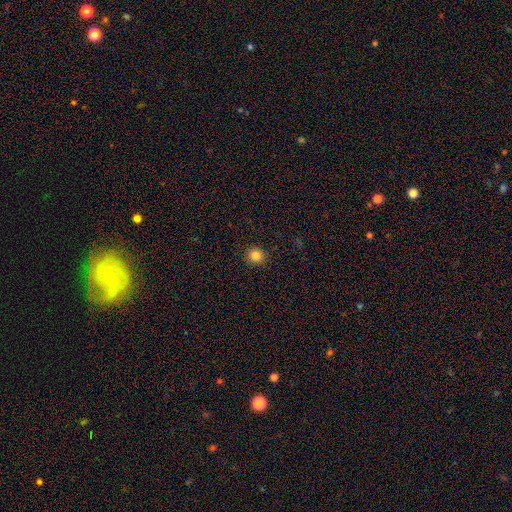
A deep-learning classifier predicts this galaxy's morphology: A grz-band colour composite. It shows a smooth galaxy with no disk features (85%) that is round (91%). Merging: none (92%).